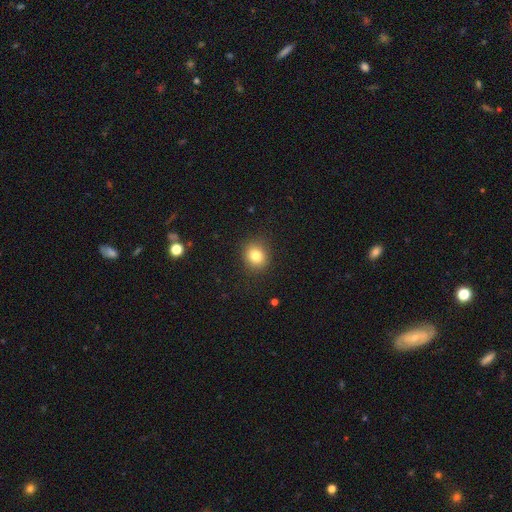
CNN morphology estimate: smooth_or_featured: smooth (p=0.81) [alt: star or artifact p=0.12]
how_rounded: round (p=0.82) [alt: in between p=0.17]
merging: none (p=0.89) [alt: minor disturbance p=0.07]